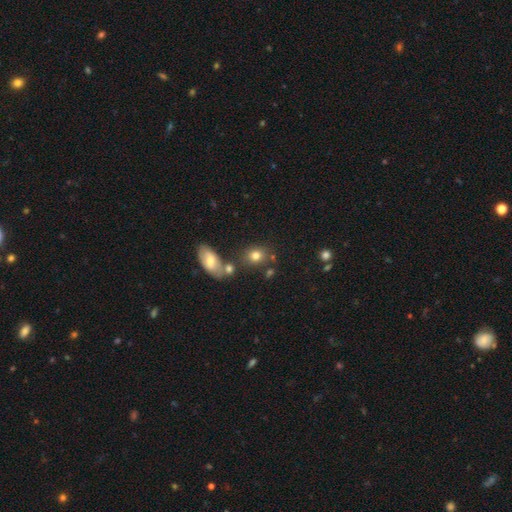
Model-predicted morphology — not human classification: Overall: smooth (78%). How rounded: in between (49%, tied with round). Merging: none (65%).